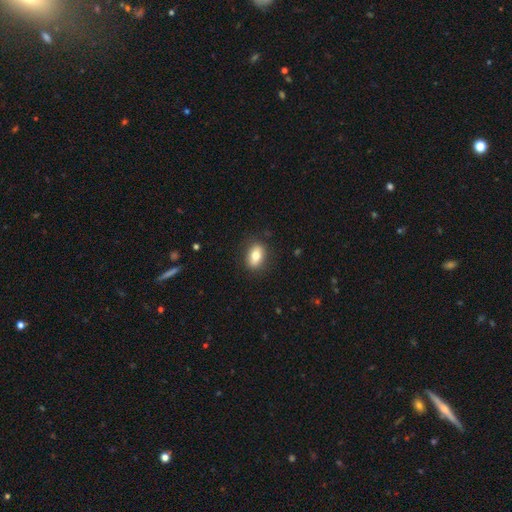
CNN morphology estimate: A smooth galaxy with no disk features (75%) that is in between round and cigar-shaped (83%). Merging: none (86%).